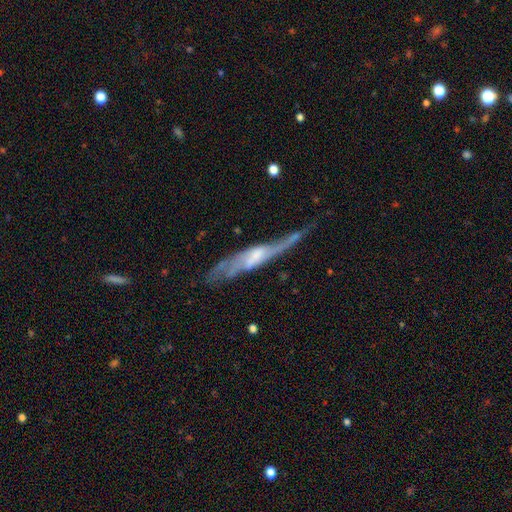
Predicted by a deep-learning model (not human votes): A featured or disk galaxy (74%) viewed edge-on (53%).

Vote fractions:
- Smooth or featured? featured or disk: 74% / smooth: 20% / star or artifact: 6%
- Edge-on disk? yes: 53% / no: 47%
- Merging? none: 40% / major disturbance: 27% / minor disturbance: 27% / merger: 5%